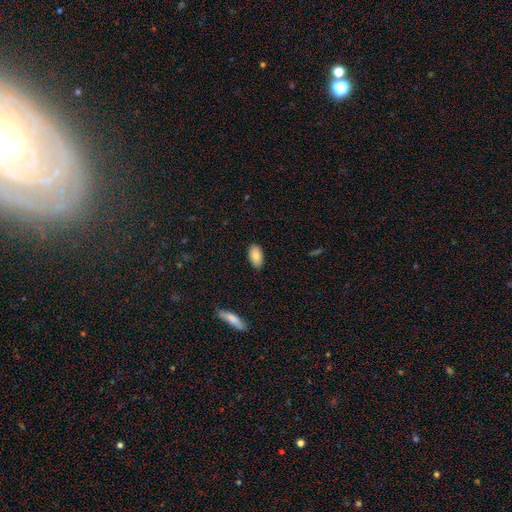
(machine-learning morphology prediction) This is clearly a smooth galaxy (86%). How rounded: clearly in between (94%). Merging: clearly none (86%).